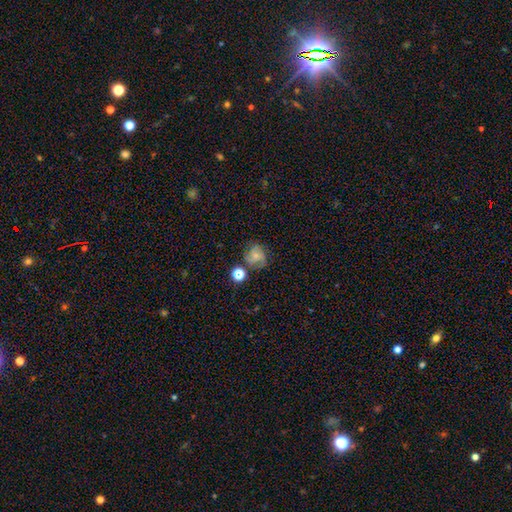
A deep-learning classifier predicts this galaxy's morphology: Smooth or featured?
  - featured or disk: 44% *
  - smooth: 43%
  - star or artifact: 13%
Merging?
  - none: 57% *
  - minor disturbance: 24%
  - major disturbance: 11%
  - merger: 8%